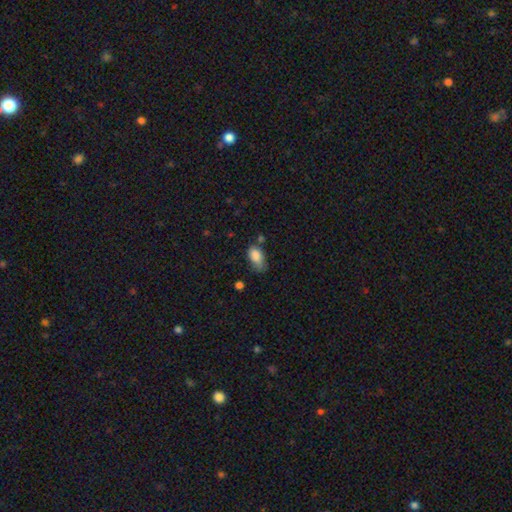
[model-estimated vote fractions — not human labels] This is clearly a smooth galaxy (85%). How rounded: clearly in between (90%). Merging: marginally none (42%).